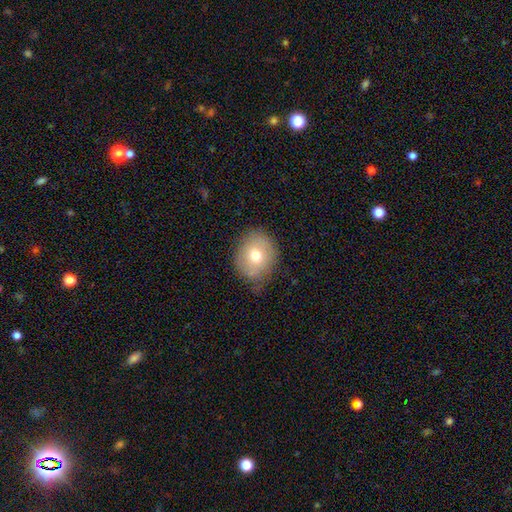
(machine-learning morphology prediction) Overall: smooth (69%). How rounded: round (63%; in between 36%). Merging: none (65%; minor disturbance 26%).